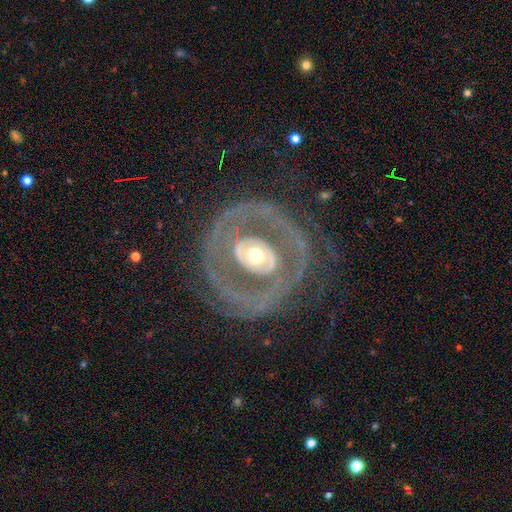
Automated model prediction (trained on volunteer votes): This appears to be a featured or disk galaxy (79%) with no bar (68%), spiral arms (58%) and a moderate central bulge (67%). Merging: none (72%).